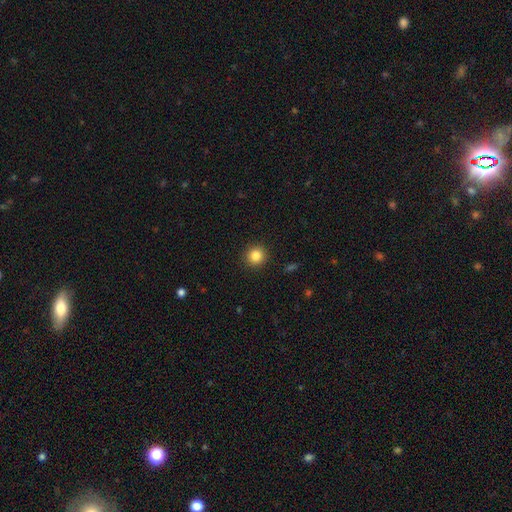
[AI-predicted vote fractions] Q: Smooth or featured?
A: smooth (84%); runner-up: star or artifact (11%)
Q: How rounded?
A: round (93%); runner-up: in between (6%)
Q: Merging?
A: none (92%); runner-up: minor disturbance (5%)